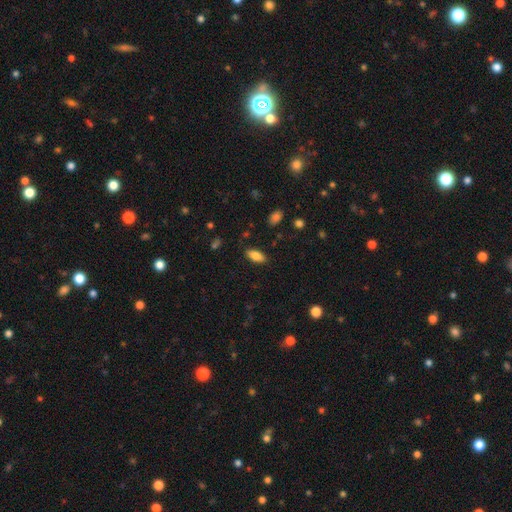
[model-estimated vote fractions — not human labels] Morphology: type=smooth (85%); roundness=in between (85%); merging=none (86%).